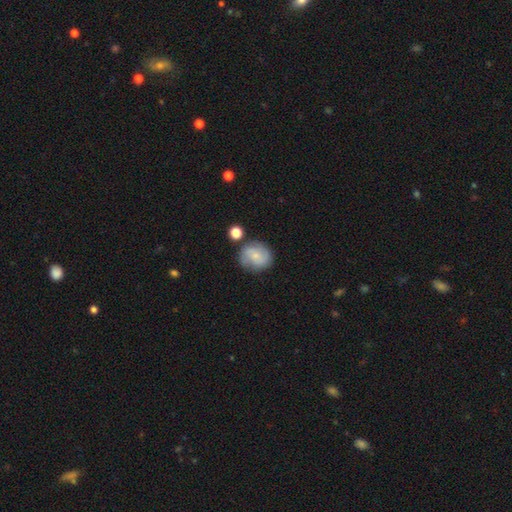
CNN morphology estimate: This is possibly a smooth galaxy (47%). Merging: likely none (69%).